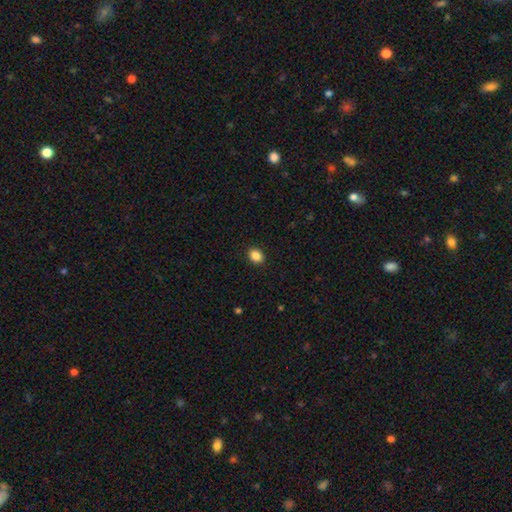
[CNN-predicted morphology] Overall: smooth (87%). How rounded: in between (54%; round 45%). Merging: none (90%).